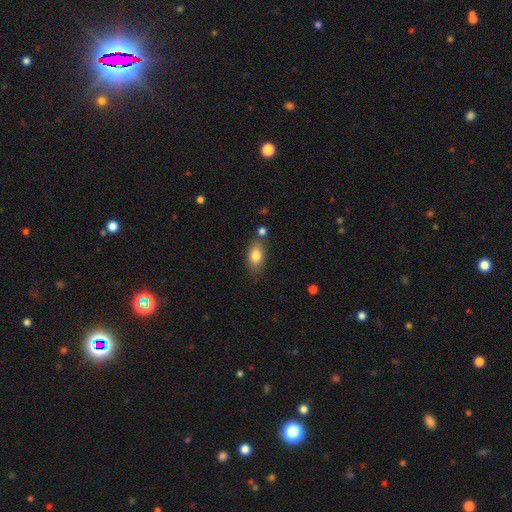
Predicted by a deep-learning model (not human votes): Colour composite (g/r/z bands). It shows a smooth galaxy with no disk features (81%) that is in between round and cigar-shaped (84%). Merging: none (67%).